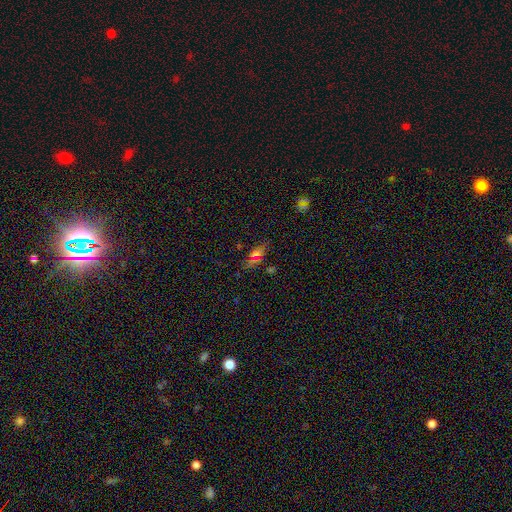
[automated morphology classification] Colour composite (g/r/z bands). It shows a smooth galaxy with no disk features (59%) that is in between round and cigar-shaped (78%). Merging: none (81%).